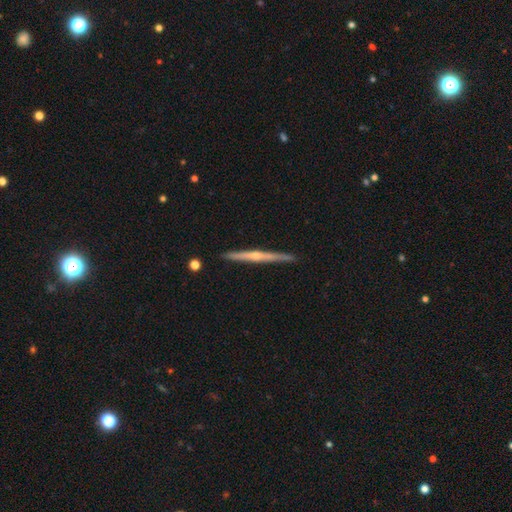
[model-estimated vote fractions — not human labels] smooth-or-featured: featured or disk: 73% | smooth: 21% | star or artifact: 5%
  disk-edge-on: yes: 98% | no: 2%
    edge-on-bulge: rounded: 69% | none: 26% | boxy: 5%
  merging: none: 91% | minor disturbance: 6% | merger: 1% | major disturbance: 1%